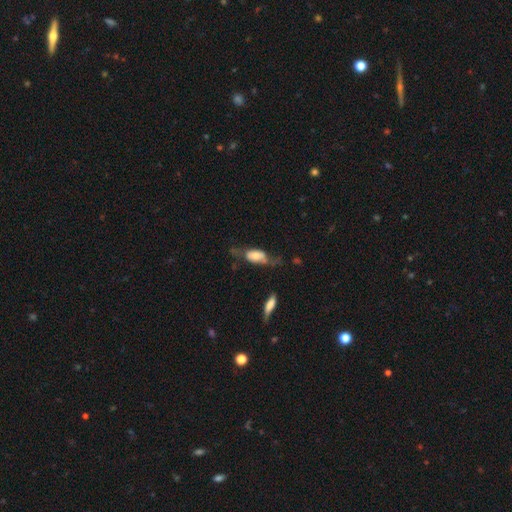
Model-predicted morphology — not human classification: type=smooth (50%); merging=none (38%).